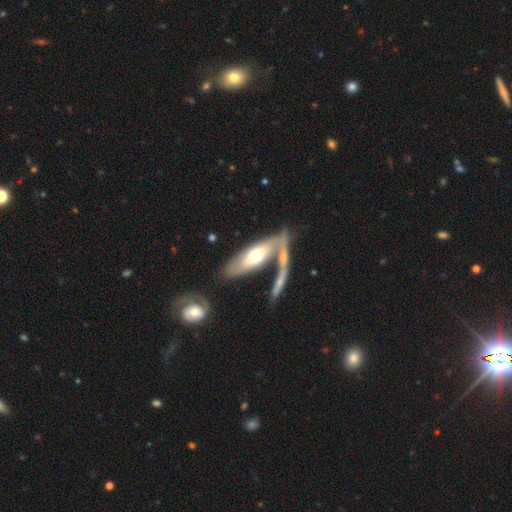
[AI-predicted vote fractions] Smooth or featured?
  - smooth: 48% *
  - featured or disk: 46%
  - star or artifact: 5%
Merging?
  - merger: 42% *
  - none: 36%
  - minor disturbance: 13%
  - major disturbance: 8%